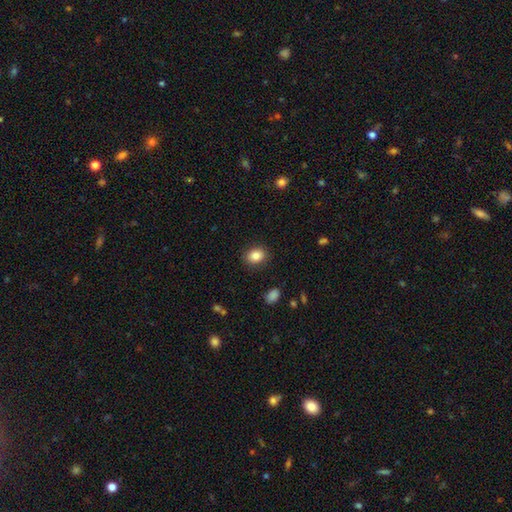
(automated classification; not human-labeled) Q: Smooth or featured?
A: smooth (86%); runner-up: star or artifact (9%)
Q: How rounded?
A: in between (55%); runner-up: round (44%)
Q: Merging?
A: none (88%); runner-up: minor disturbance (8%)